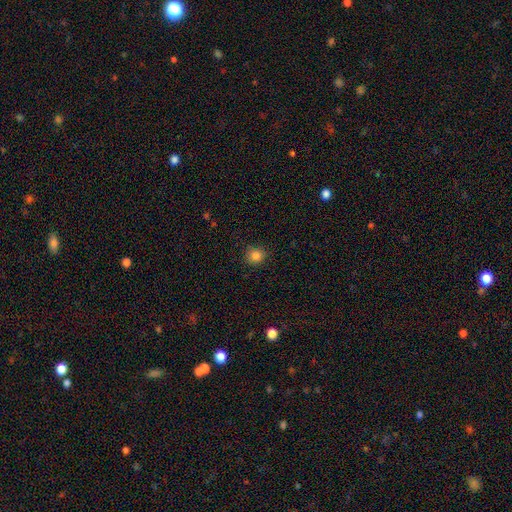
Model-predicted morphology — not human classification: type=smooth (84%); roundness=round (89%); merging=none (86%).